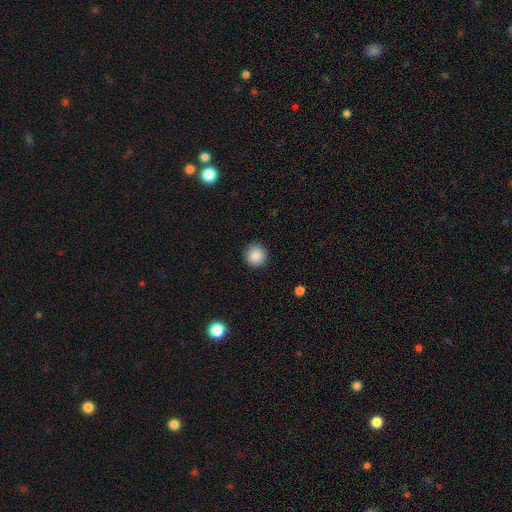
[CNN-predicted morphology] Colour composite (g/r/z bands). It shows a smooth galaxy with no disk features (88%) that is round (94%). Merging: none (92%).